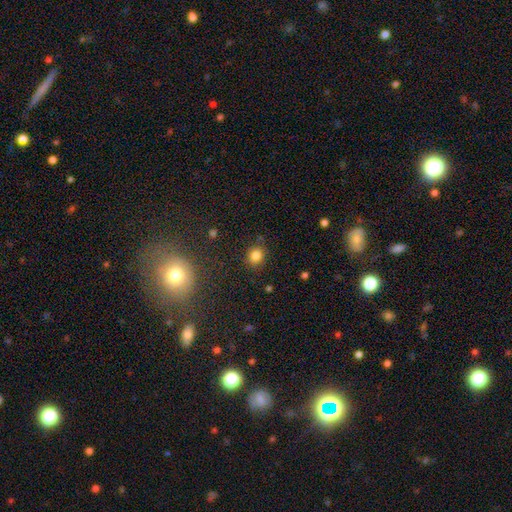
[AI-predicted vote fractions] This appears to be a smooth galaxy with no disk features (81%) that is round (79%). Merging: none (84%).